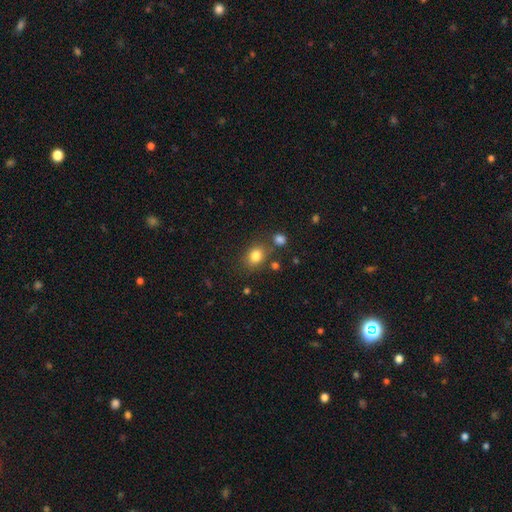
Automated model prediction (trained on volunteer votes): Q: Smooth or featured?
A: smooth (81%); runner-up: star or artifact (11%)
Q: How rounded?
A: in between (54%); runner-up: round (44%)
Q: Merging?
A: none (73%); runner-up: minor disturbance (13%)